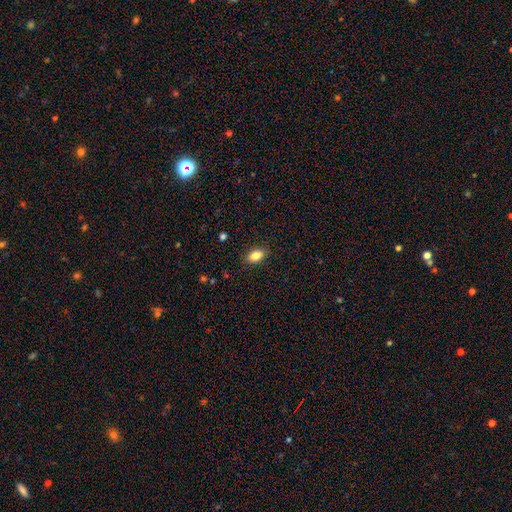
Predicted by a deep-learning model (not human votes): The model was most divided on "smooth or featured": smooth: 85%, star or artifact: 9%, featured or disk: 6%. More confident: how rounded — in between (89%); merging — none (88%).